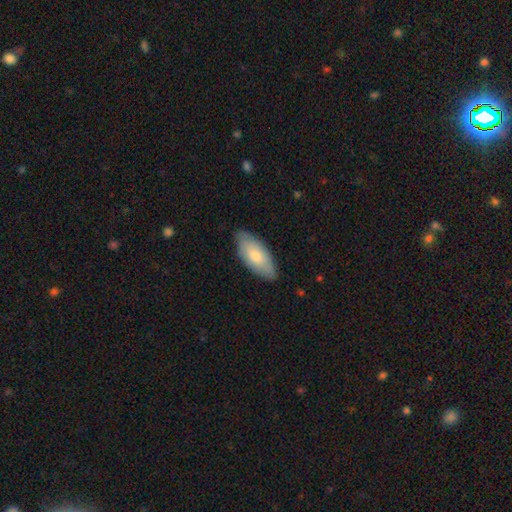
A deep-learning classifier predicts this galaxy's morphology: type=smooth (72%); roundness=in between (88%); merging=none (79%).